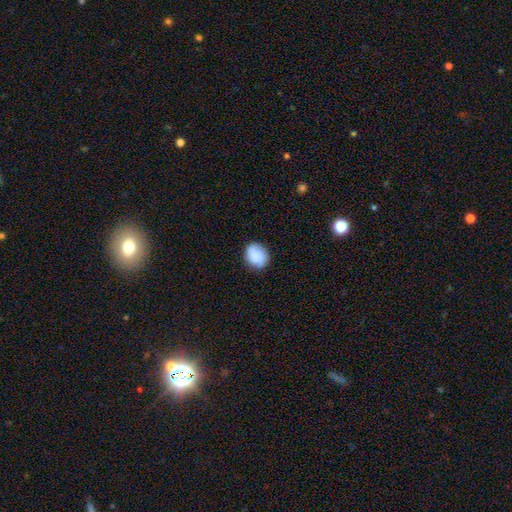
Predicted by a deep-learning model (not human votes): The model was most divided on "how rounded": round: 57%, in between: 42%, cigar-shaped: 1%. More confident: smooth or featured — smooth (87%); merging — none (83%).